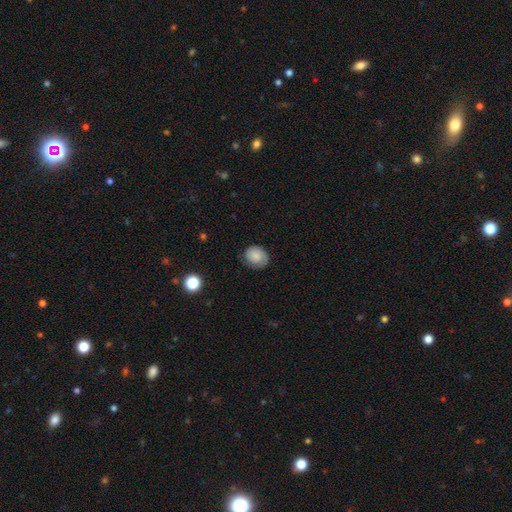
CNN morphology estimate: Q: Smooth or featured?
A: smooth (62%); runner-up: featured or disk (29%)
Q: How rounded?
A: round (67%); runner-up: in between (32%)
Q: Merging?
A: none (71%); runner-up: minor disturbance (20%)